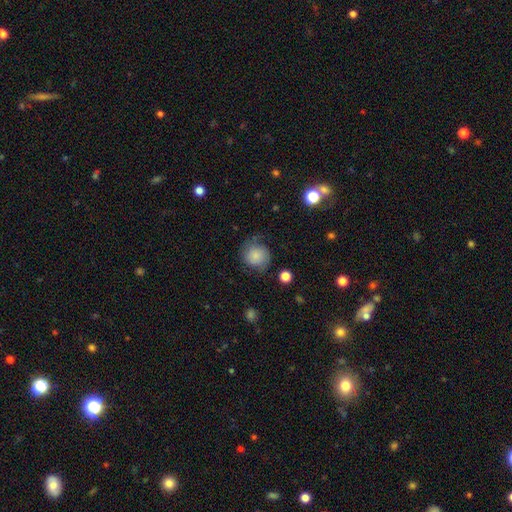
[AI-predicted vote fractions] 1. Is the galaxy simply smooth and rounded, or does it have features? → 64% smooth, 26% featured or disk, 10% star or artifact.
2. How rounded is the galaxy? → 84% round, 15% in between, 1% cigar-shaped.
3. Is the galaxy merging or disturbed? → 63% none, 24% minor disturbance, 11% major disturbance, 2% merger.